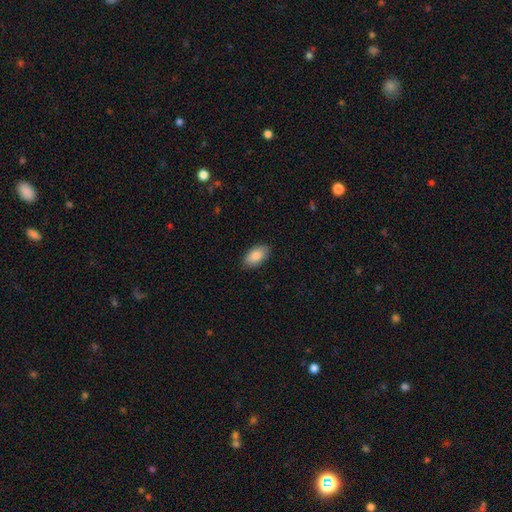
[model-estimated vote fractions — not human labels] smooth-or-featured: smooth: 86% | featured or disk: 7% | star or artifact: 6%
  how-rounded: in between: 94% | round: 4% | cigar-shaped: 2%
  merging: none: 87% | minor disturbance: 10% | major disturbance: 2% | merger: 1%